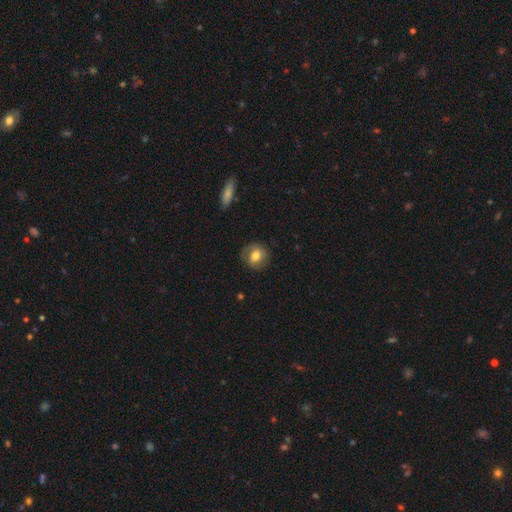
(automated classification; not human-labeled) The model was most divided on "smooth or featured": smooth: 67%, featured or disk: 25%, star or artifact: 8%. More confident: merging — none (80%); how rounded — round (78%).